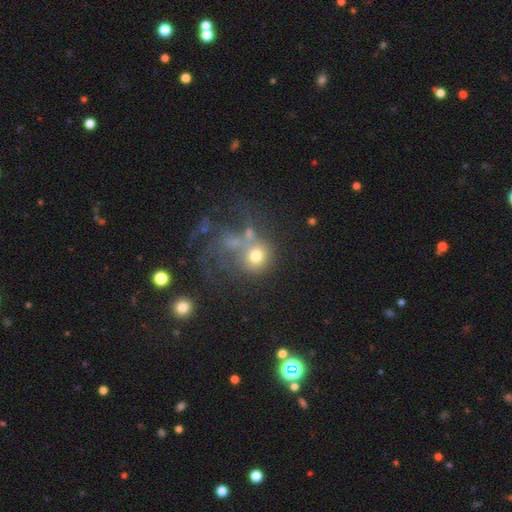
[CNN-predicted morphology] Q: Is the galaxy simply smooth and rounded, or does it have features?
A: smooth — 56%.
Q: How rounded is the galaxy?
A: round — 79%.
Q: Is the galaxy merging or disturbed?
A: none — 36%.